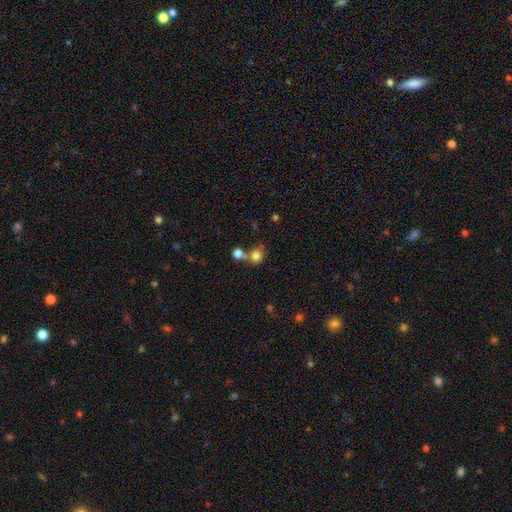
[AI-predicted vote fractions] Smooth or featured: smooth — 80% (star or artifact — 13%)
How rounded: round — 77% (in between — 22%)
Merging: none — 57% (merger — 28%)